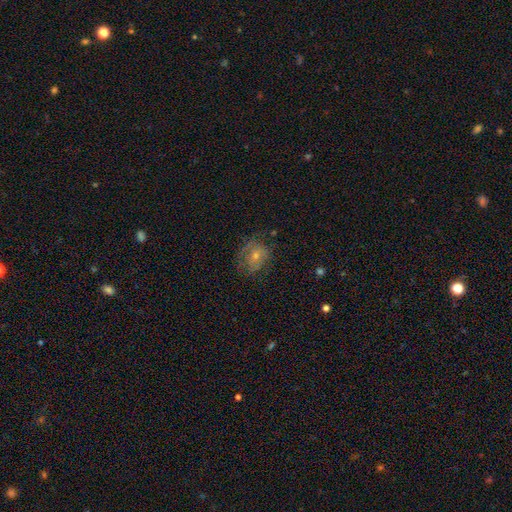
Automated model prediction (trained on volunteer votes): smooth_or_featured: featured or disk (p=0.46) [alt: smooth p=0.37]
merging: none (p=0.68) [alt: minor disturbance p=0.19]